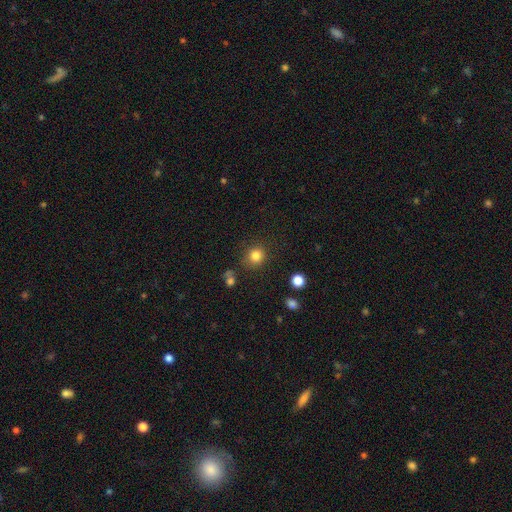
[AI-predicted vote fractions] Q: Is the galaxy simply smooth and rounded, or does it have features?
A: smooth — 82%.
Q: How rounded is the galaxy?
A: round — 86%.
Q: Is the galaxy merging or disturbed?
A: none — 82%.